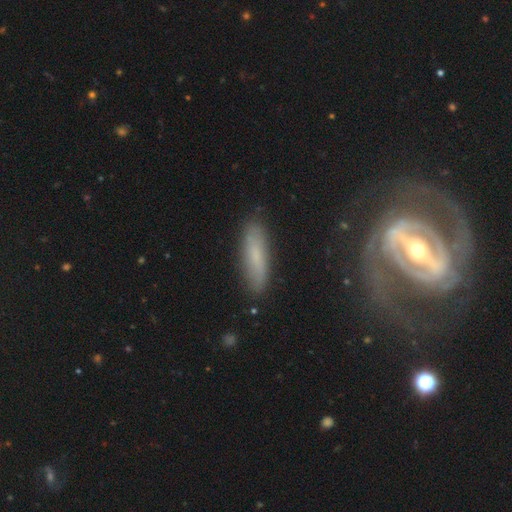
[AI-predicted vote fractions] smooth-or-featured: smooth: 63% | featured or disk: 28% | star or artifact: 9%
  how-rounded: cigar-shaped: 61% | in between: 37% | round: 2%
  merging: none: 82% | minor disturbance: 12% | major disturbance: 3% | merger: 2%